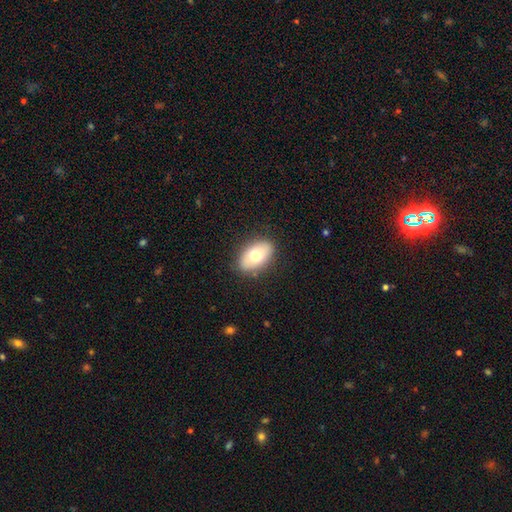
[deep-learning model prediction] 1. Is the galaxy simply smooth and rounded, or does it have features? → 70% smooth, 23% featured or disk, 7% star or artifact.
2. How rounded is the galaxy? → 91% in between, 7% round, 2% cigar-shaped.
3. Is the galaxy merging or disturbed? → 86% none, 11% minor disturbance, 3% major disturbance, 1% merger.